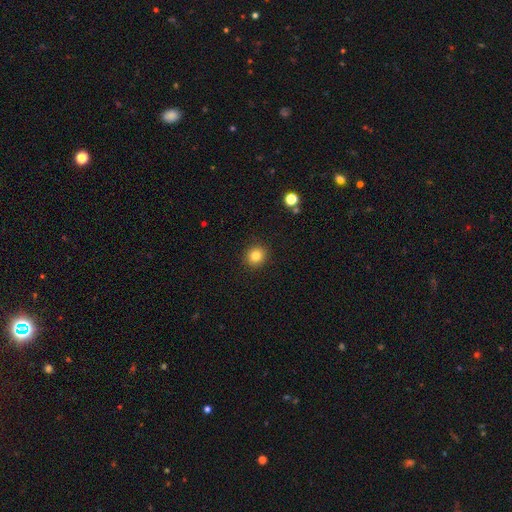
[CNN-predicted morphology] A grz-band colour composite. It shows a smooth galaxy with no disk features (82%) that is round (90%). Merging: none (91%).